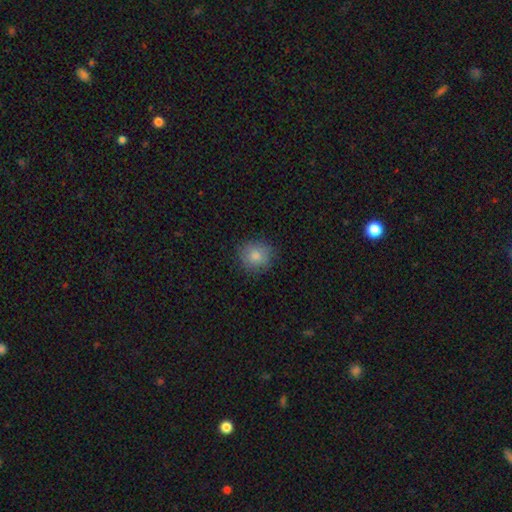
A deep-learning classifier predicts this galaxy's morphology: A smooth galaxy with no disk features (81%) that is round (89%).

Vote fractions:
- Smooth or featured? smooth: 81% / star or artifact: 11% / featured or disk: 8%
- How rounded? round: 89% / in between: 10% / cigar-shaped: 1%
- Merging? none: 86% / minor disturbance: 11% / major disturbance: 3% / merger: 1%